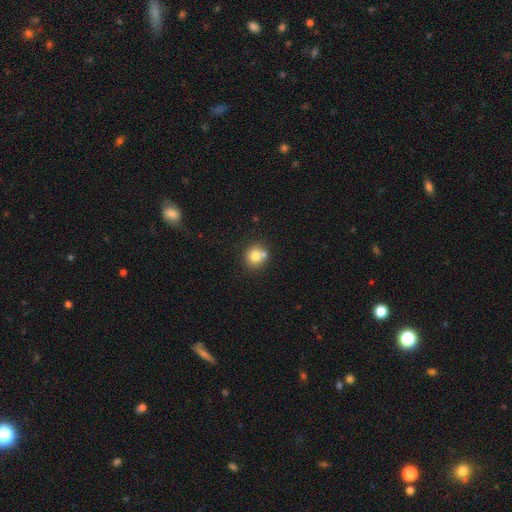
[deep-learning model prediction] Smooth or featured? Predicted: smooth (p=0.77). How rounded? Predicted: round (p=0.87). Merging? Predicted: none (p=0.62).